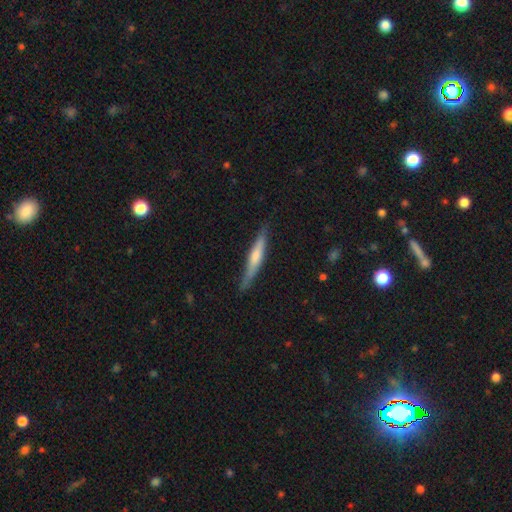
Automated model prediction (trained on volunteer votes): The model was most divided on "smooth or featured": featured or disk: 61%, smooth: 31%, star or artifact: 7%. More confident: edge-on disk — yes (96%); merging — none (87%); edge-on bulge — rounded (70%).